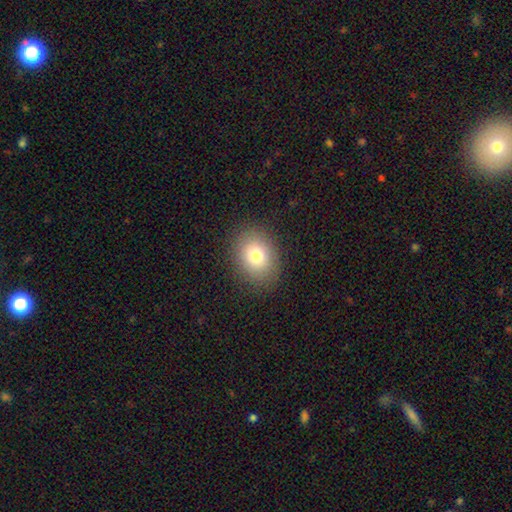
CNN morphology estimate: smooth_or_featured: smooth (p=0.78) [alt: star or artifact p=0.12]
how_rounded: in between (p=0.51) [alt: round p=0.48]
merging: none (p=0.87) [alt: minor disturbance p=0.09]